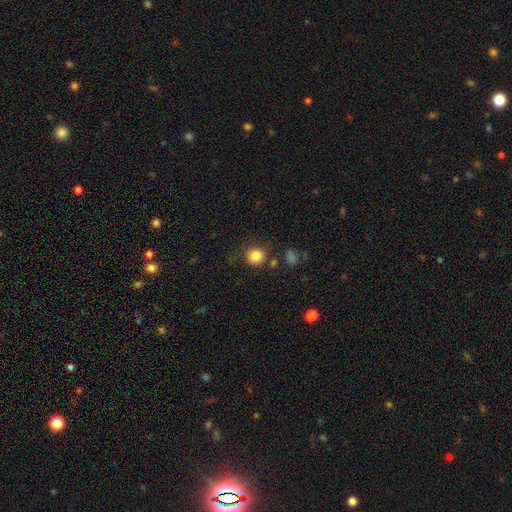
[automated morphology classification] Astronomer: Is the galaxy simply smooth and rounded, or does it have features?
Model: smooth — 85%.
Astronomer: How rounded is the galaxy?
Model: round — 89%.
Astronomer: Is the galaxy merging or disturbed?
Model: none — 79%.